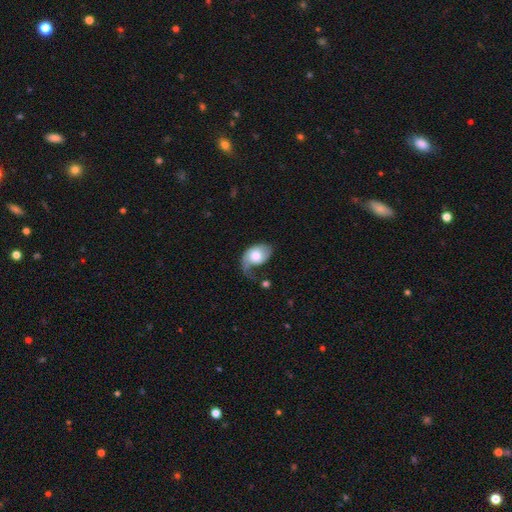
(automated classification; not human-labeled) Smooth or featured: smooth — 50% (featured or disk — 43%)
How rounded: in between — 80% (round — 19%)
Merging: major disturbance — 45% (minor disturbance — 25%)